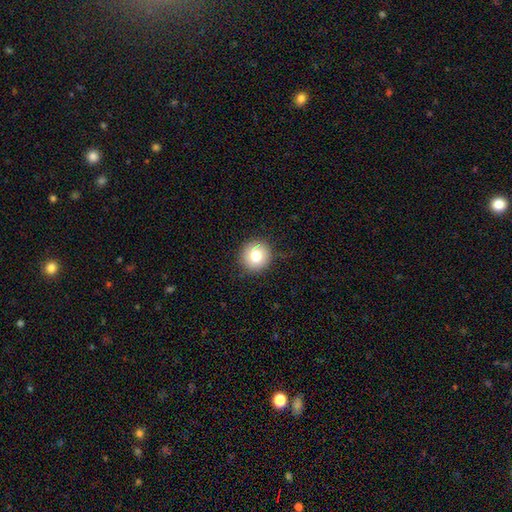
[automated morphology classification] Smooth or featured?
  - smooth: 76% *
  - featured or disk: 13%
  - star or artifact: 10%
How rounded?
  - round: 93% *
  - in between: 6%
  - cigar-shaped: 1%
Merging?
  - none: 87% *
  - minor disturbance: 9%
  - major disturbance: 3%
  - merger: 1%